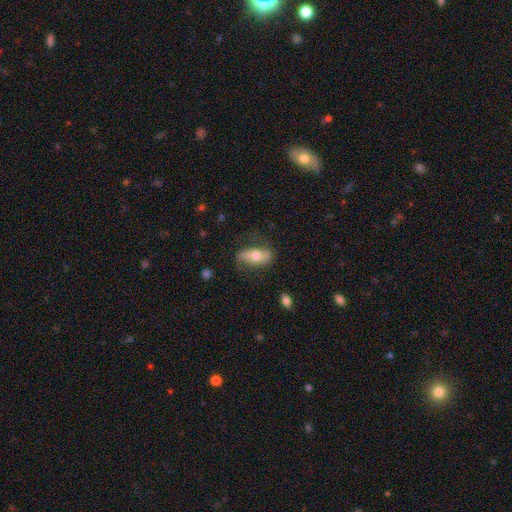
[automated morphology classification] Smooth or featured? Predicted: smooth (p=0.50). Merging? Predicted: none (p=0.66).